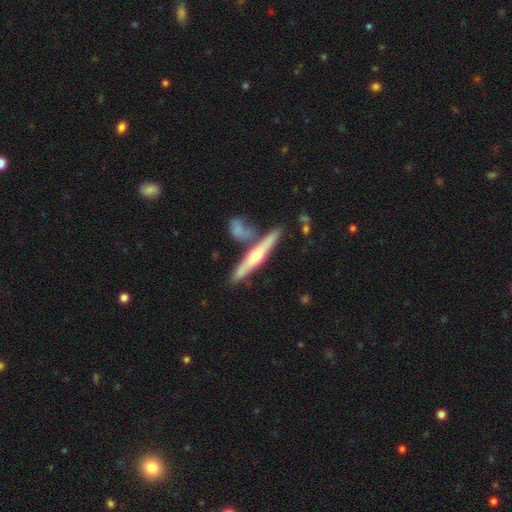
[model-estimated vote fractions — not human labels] Morphology: type=featured or disk (64%); edge-on=yes (95%); edge-on bulge=rounded (87%); merging=none (70%).